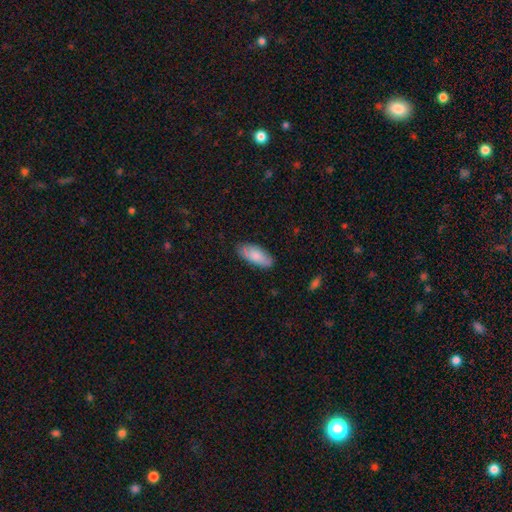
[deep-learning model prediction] Morphology: type=smooth (80%); roundness=in between (83%); merging=none (80%).